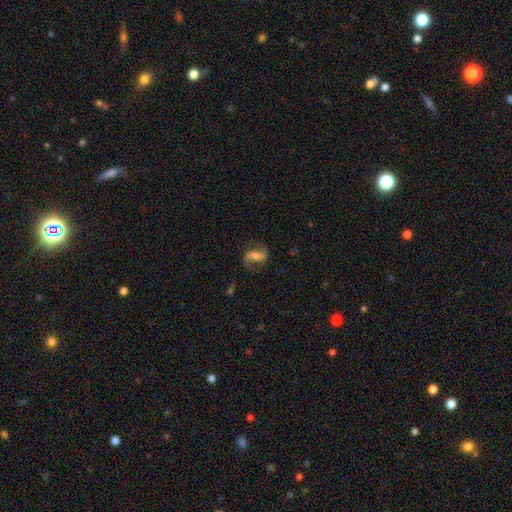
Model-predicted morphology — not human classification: smooth_or_featured: featured or disk (p=0.74) [alt: smooth p=0.19]
disk_edge_on: no (p=0.96) [alt: yes p=0.04]
bar: strong (p=0.37) [alt: weak p=0.36]
has_spiral_arms: yes (p=0.93) [alt: no p=0.07]
spiral_winding: loose (p=0.47) [alt: medium p=0.41]
spiral_arm_count: 2 (p=0.91) [alt: 1 p=0.03]
bulge_size: moderate (p=0.47) [alt: small p=0.34]
merging: none (p=0.73) [alt: minor disturbance p=0.15]